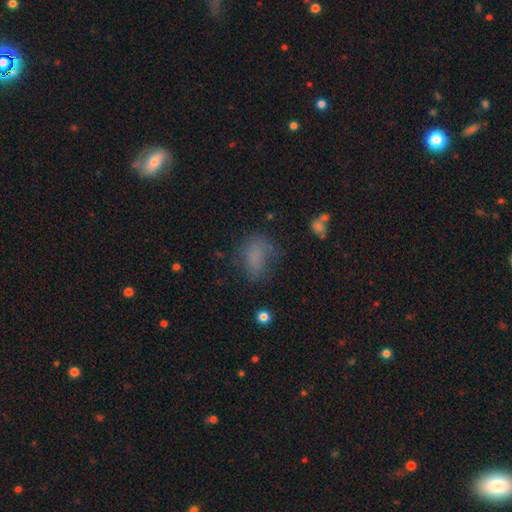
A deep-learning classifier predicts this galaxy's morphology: Q: Smooth or featured?
A: smooth (70%); runner-up: star or artifact (17%)
Q: How rounded?
A: in between (76%); runner-up: round (21%)
Q: Merging?
A: none (49%); runner-up: minor disturbance (26%)